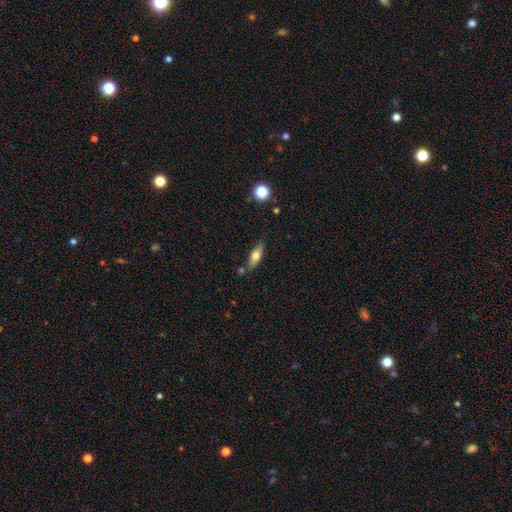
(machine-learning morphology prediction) Overall: smooth (52%; featured or disk 41%). How rounded: in between (49%; cigar-shaped 48%). Merging: none (73%).